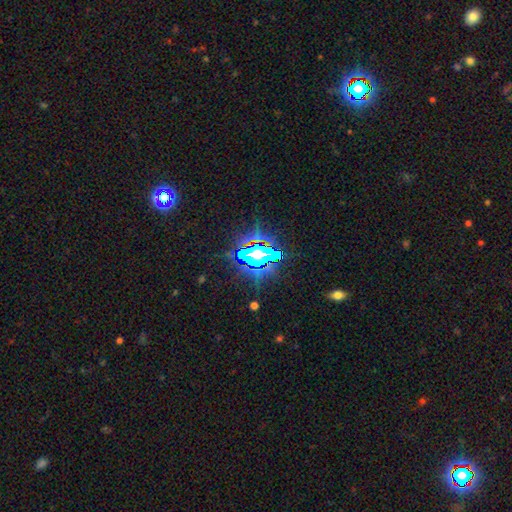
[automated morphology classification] smooth_or_featured: star or artifact (p=0.78) [alt: smooth p=0.12]